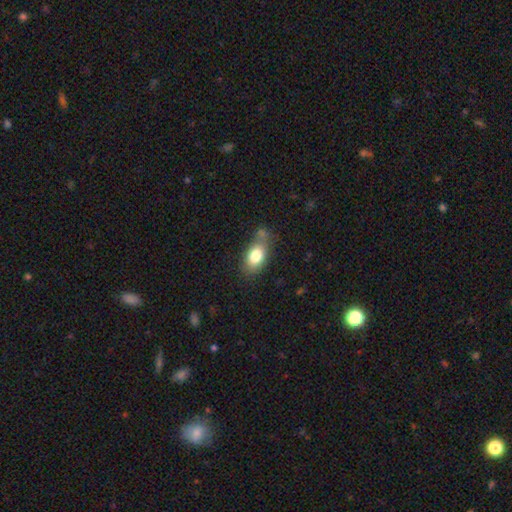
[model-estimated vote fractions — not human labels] A smooth galaxy with no disk features (80%) that is in between round and cigar-shaped (86%).

Vote fractions:
- Smooth or featured? smooth: 80% / featured or disk: 12% / star or artifact: 8%
- How rounded? in between: 86% / round: 11% / cigar-shaped: 3%
- Merging? none: 58% / minor disturbance: 23% / merger: 12% / major disturbance: 7%